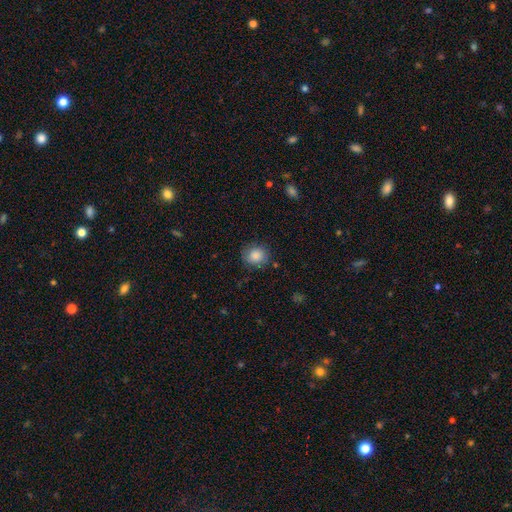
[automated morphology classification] A smooth galaxy with no disk features (86%) that is round (80%). Merging: none (82%).